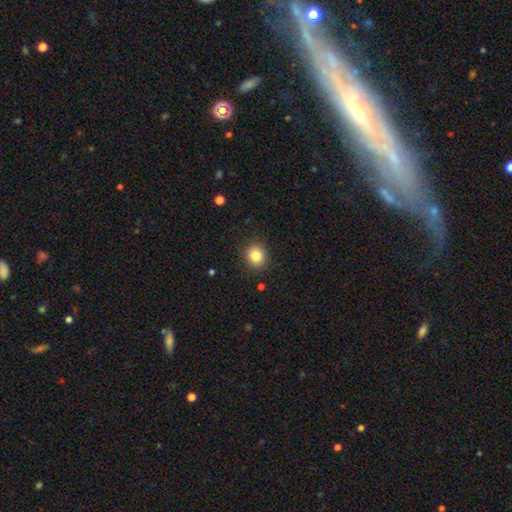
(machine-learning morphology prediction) Q: Smooth or featured?
A: smooth (84%); runner-up: star or artifact (11%)
Q: How rounded?
A: round (82%); runner-up: in between (17%)
Q: Merging?
A: none (89%); runner-up: minor disturbance (8%)